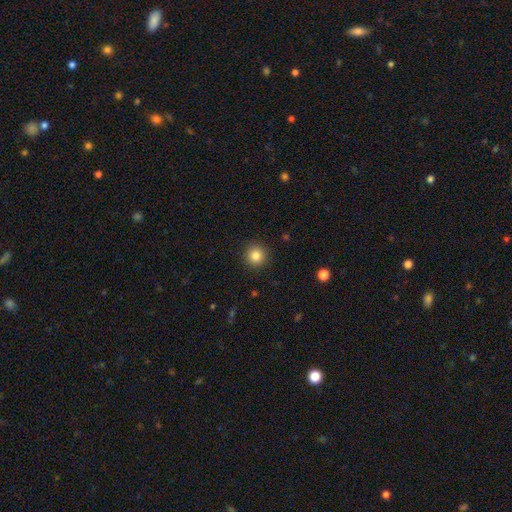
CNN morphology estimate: This is clearly a smooth galaxy (84%). How rounded: clearly round (95%). Merging: clearly none (92%).